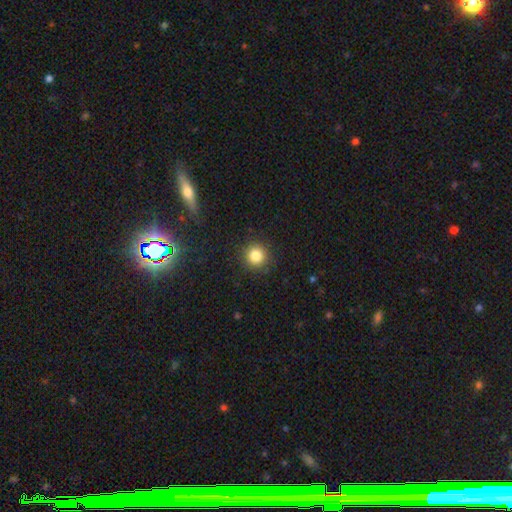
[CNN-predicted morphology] Smooth or featured? Predicted: smooth (p=0.83). How rounded? Predicted: round (p=0.94). Merging? Predicted: none (p=0.91).